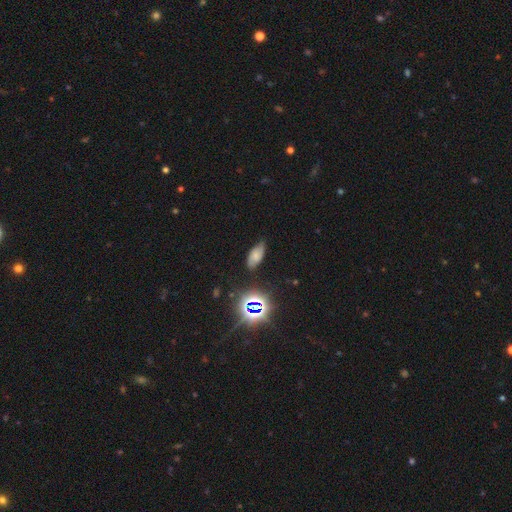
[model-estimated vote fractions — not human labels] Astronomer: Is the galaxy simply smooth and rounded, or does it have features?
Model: smooth — 56%.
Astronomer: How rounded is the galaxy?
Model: in between — 89%.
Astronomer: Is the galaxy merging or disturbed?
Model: none — 69%.